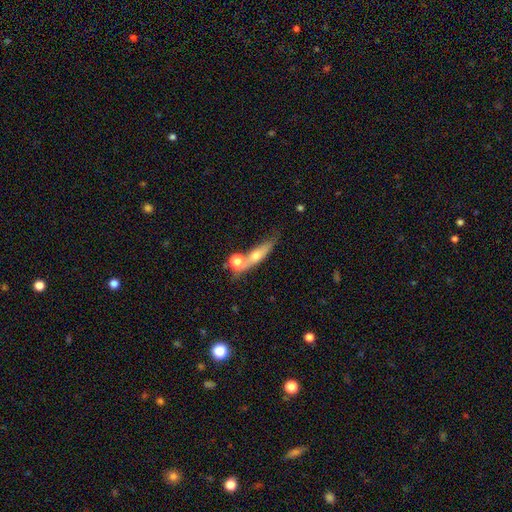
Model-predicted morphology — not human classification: smooth_or_featured: smooth (p=0.53) [alt: featured or disk p=0.37]
how_rounded: cigar-shaped (p=0.52) [alt: in between p=0.32]
merging: none (p=0.45) [alt: merger p=0.31]